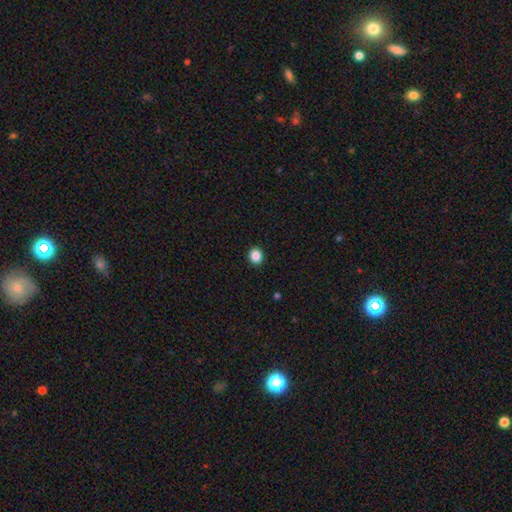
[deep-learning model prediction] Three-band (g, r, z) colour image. It shows a smooth galaxy with no disk features (87%) that is round (73%). Merging: none (92%).